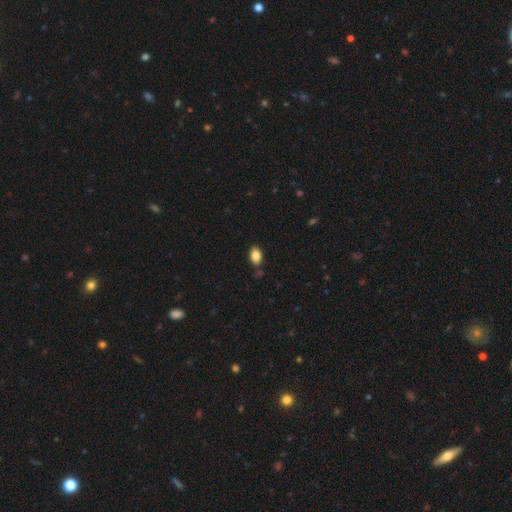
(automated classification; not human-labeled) Smooth or featured? Predicted: smooth (p=0.86). How rounded? Predicted: in between (p=0.89). Merging? Predicted: none (p=0.81).